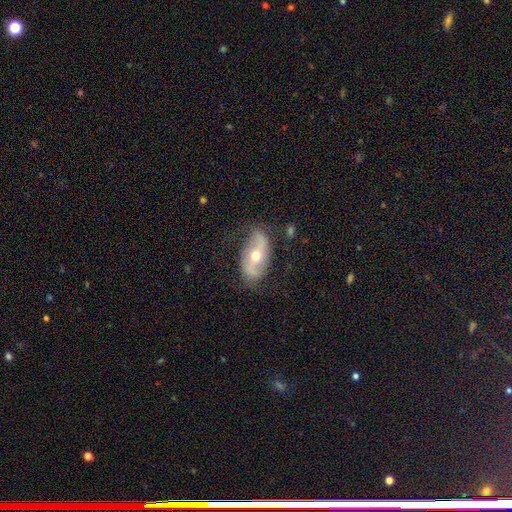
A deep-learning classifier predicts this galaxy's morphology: Overall: featured or disk (72%). Edge-on disk: no (92%). Bar: no (42%; weak 30%). Spiral arms: yes (78%). Spiral arm count: 2 (88%). Spiral winding: loose (60%; medium 27%). Bulge size: moderate (74%). Merging: none (74%).